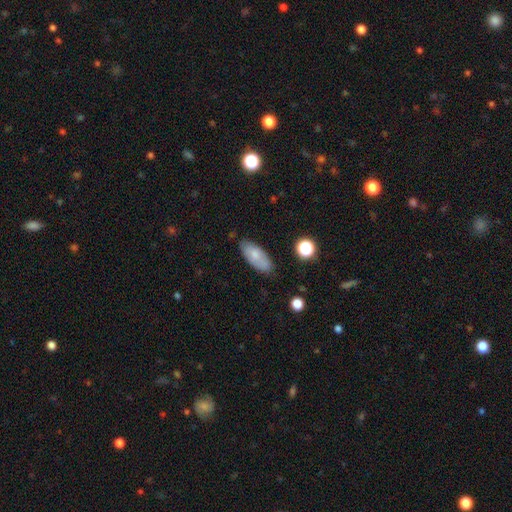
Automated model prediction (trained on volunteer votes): Smooth or featured? Predicted: smooth (p=0.73). How rounded? Predicted: in between (p=0.85). Merging? Predicted: none (p=0.77).